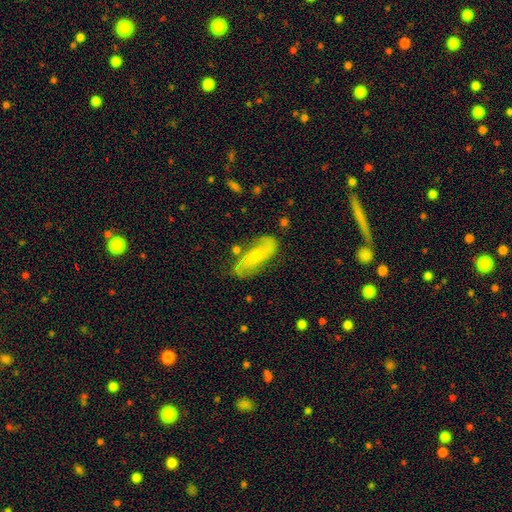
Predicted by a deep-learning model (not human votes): smooth-or-featured: featured or disk: 64% | smooth: 29% | star or artifact: 7%
  disk-edge-on: no: 89% | yes: 11%
    bar: no: 53% | weak: 34% | strong: 13%
    has-spiral-arms: yes: 89% | no: 11%
      spiral-winding: loose: 48% | medium: 36% | tight: 17%
      spiral-arm-count: 2: 86% | can't tell: 8% | 1: 3% | 3: 1% | 4: 1% | more than 4: 1%
    bulge-size: small: 56% | moderate: 29% | none: 10% | large: 3% | dominant: 1%
  merging: none: 67% | minor disturbance: 21% | major disturbance: 8% | merger: 4%